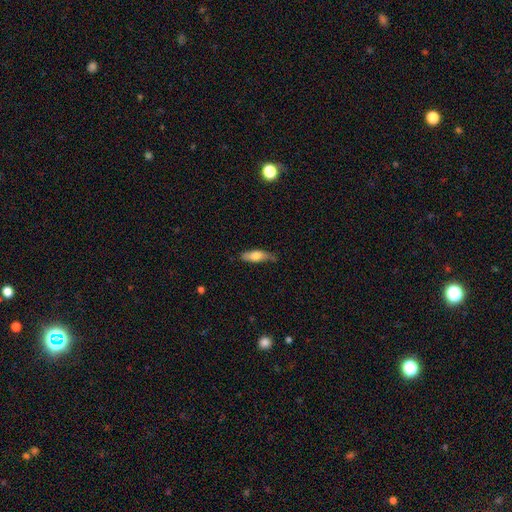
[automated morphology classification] smooth 71%, featured or disk 22%, star or artifact 6%. Down the decision tree: how rounded — in between (59%); merging — none (64%).